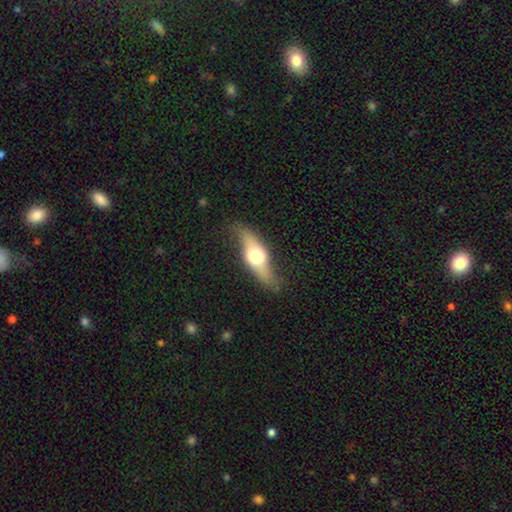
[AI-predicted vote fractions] smooth_or_featured: featured or disk (p=0.58) [alt: smooth p=0.36]
disk_edge_on: yes (p=0.72) [alt: no p=0.28]
merging: none (p=0.70) [alt: minor disturbance p=0.20]